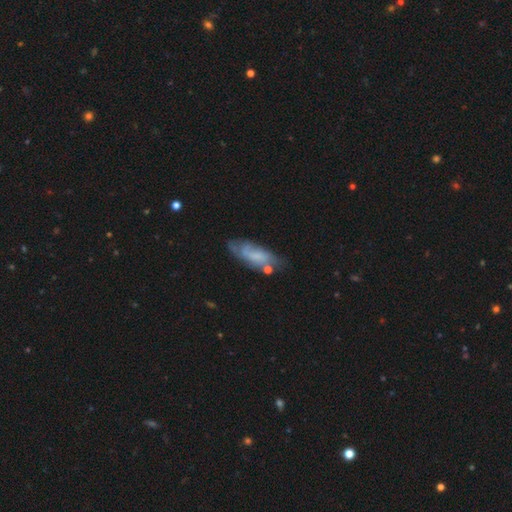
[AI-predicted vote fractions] Smooth or featured: smooth — 46% (tied with featured or disk — 46%)
Merging: none — 54% (minor disturbance — 27%)